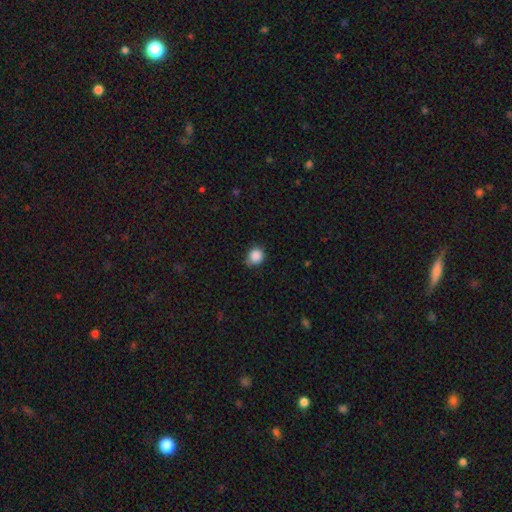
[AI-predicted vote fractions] smooth_or_featured: smooth (p=0.87) [alt: star or artifact p=0.09]
how_rounded: round (p=0.84) [alt: in between p=0.15]
merging: none (p=0.68) [alt: minor disturbance p=0.27]